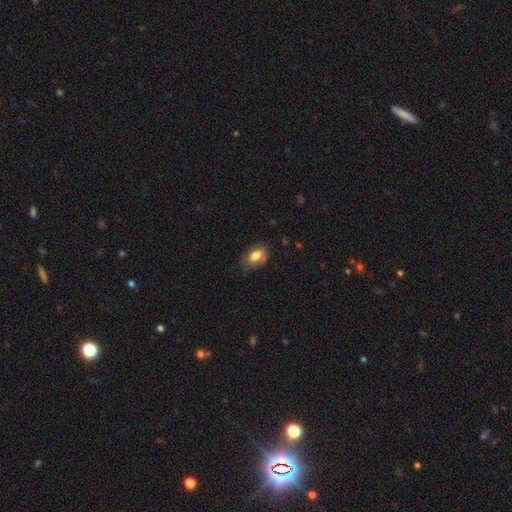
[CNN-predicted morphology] This is likely a smooth galaxy (78%). How rounded: clearly in between (89%). Merging: likely none (69%).